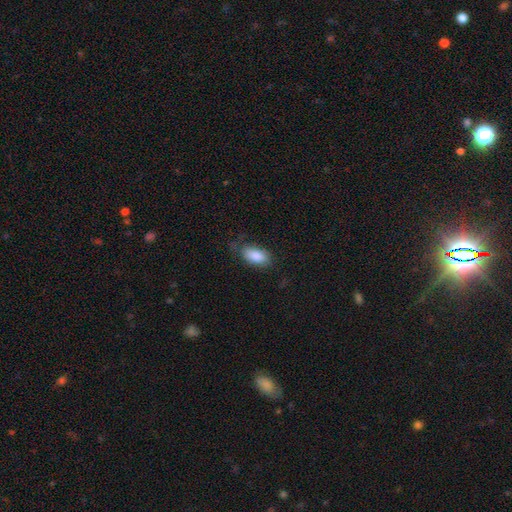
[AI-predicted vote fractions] Morphology: type=smooth (85%); roundness=in between (92%); merging=none (67%).